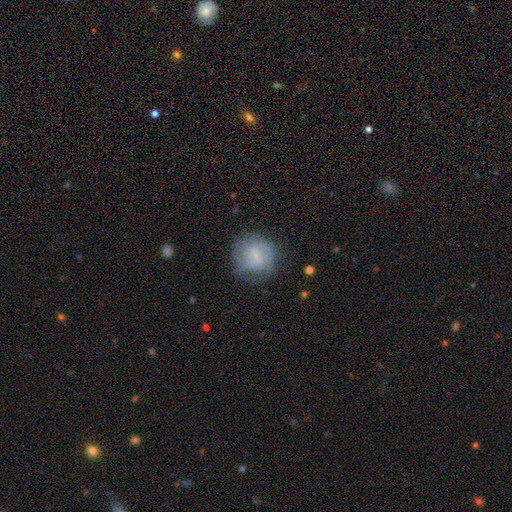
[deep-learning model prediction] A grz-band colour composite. It shows a featured or disk galaxy (62%) with a weak bar (56%), tight (48%) spiral arms (83%) and a small central bulge (62%). Merging: none (67%).